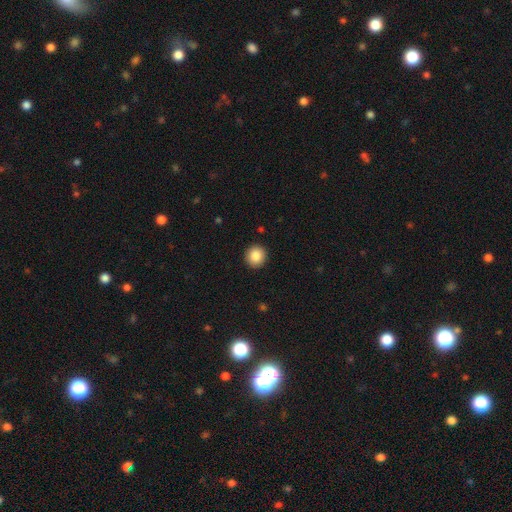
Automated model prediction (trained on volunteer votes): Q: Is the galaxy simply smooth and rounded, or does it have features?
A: smooth — 87%.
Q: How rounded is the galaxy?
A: round — 93%.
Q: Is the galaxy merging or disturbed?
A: none — 92%.